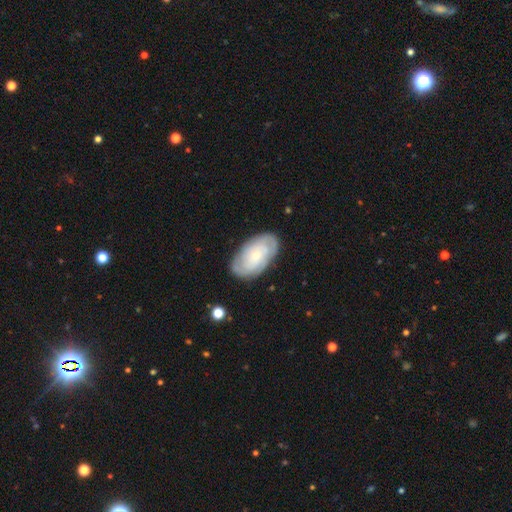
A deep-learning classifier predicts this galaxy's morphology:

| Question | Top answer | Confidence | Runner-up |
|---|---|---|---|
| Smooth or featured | featured or disk | 70% | smooth (25%) |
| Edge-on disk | no | 95% | yes (5%) |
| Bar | no | 77% | weak (20%) |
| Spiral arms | yes | 89% | no (11%) |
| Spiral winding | tight | 67% | medium (25%) |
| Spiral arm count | can't tell | 40% | 2 (31%) |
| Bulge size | small | 73% | moderate (22%) |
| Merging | none | 79% | minor disturbance (15%) |